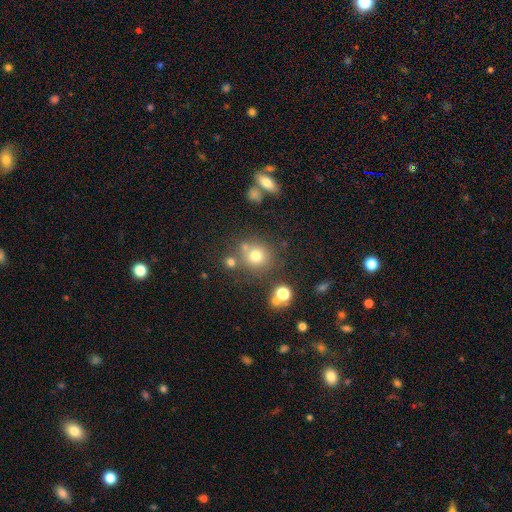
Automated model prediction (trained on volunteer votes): Overall: smooth (72%). How rounded: round (88%). Merging: none (70%).